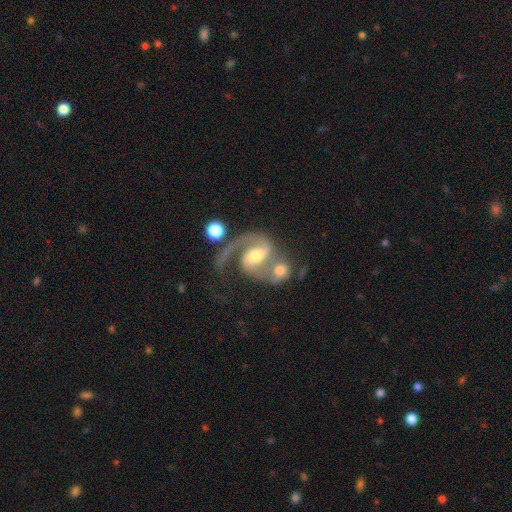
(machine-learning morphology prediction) Smooth or featured? featured or disk (87%)
Edge-on disk? no (98%)
Bar? weak (42%)
Spiral arms? yes (97%)
Spiral winding? medium (54%)
Spiral arm count? 2 (75%)
Bulge size? moderate (62%)
Merging? merger (44%)